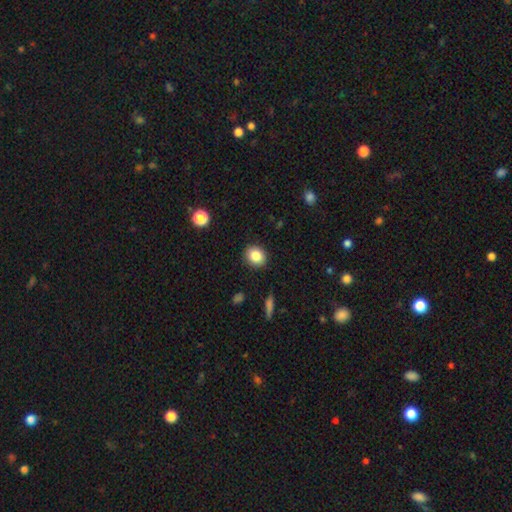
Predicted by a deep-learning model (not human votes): Smooth or featured? Predicted: smooth (p=0.84). How rounded? Predicted: round (p=0.65). Merging? Predicted: none (p=0.90).